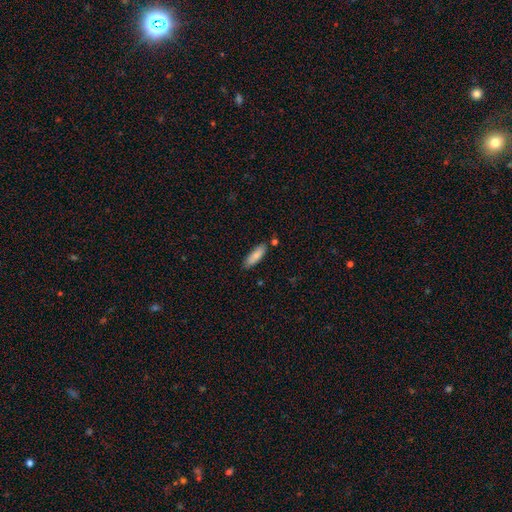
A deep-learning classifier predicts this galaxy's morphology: A smooth galaxy with no disk features (84%) that is in between round and cigar-shaped (51%). Merging: none (79%).